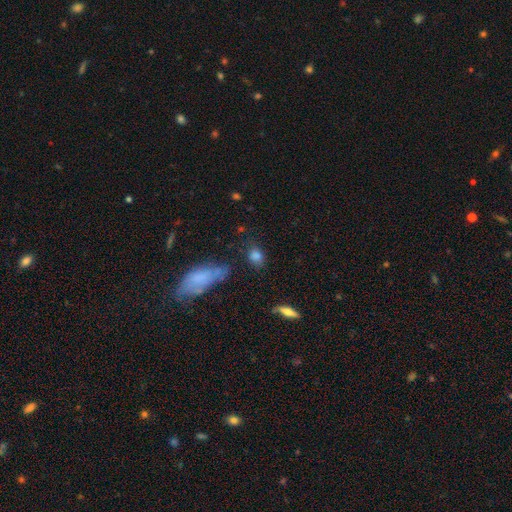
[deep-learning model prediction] Smooth or featured?
  - smooth: 80% *
  - star or artifact: 11%
  - featured or disk: 9%
How rounded?
  - in between: 61% *
  - round: 34%
  - cigar-shaped: 4%
Merging?
  - none: 68% *
  - minor disturbance: 19%
  - major disturbance: 8%
  - merger: 6%